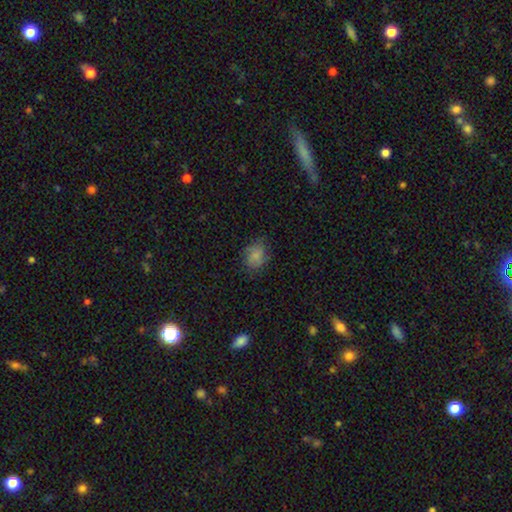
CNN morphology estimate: Overall: smooth (76%). How rounded: in between (59%; round 40%). Merging: none (68%).